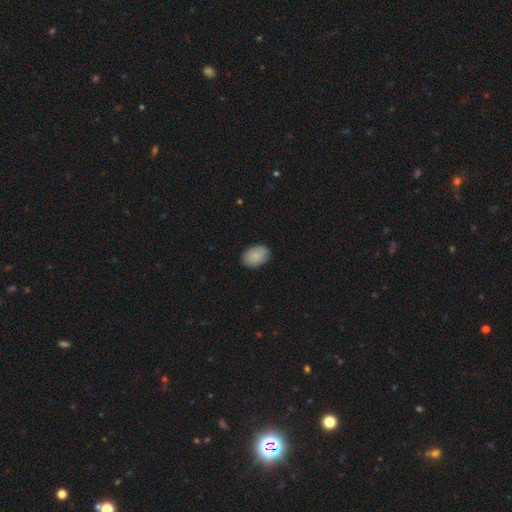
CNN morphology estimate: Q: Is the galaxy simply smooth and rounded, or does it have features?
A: smooth — 88%.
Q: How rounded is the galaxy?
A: in between — 85%.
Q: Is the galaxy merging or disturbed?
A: none — 88%.